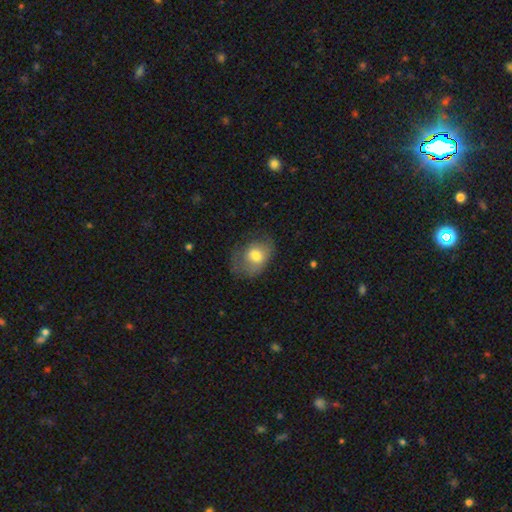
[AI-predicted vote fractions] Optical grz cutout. It shows a smooth galaxy with no disk features (68%) that is in between round and cigar-shaped (69%). Merging: none (45%).